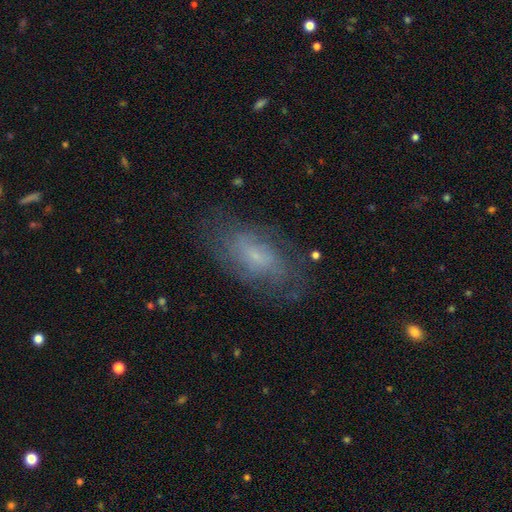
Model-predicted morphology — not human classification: Smooth or featured?
  - featured or disk: 59% *
  - smooth: 32%
  - star or artifact: 9%
Edge-on disk?
  - no: 92% *
  - yes: 8%
Bar?
  - no: 61% *
  - weak: 33%
  - strong: 6%
Spiral arms?
  - yes: 77% *
  - no: 23%
Bulge size?
  - small: 70% *
  - moderate: 15%
  - none: 12%
  - large: 2%
  - dominant: 1%
Merging?
  - none: 71% *
  - minor disturbance: 18%
  - major disturbance: 9%
  - merger: 1%